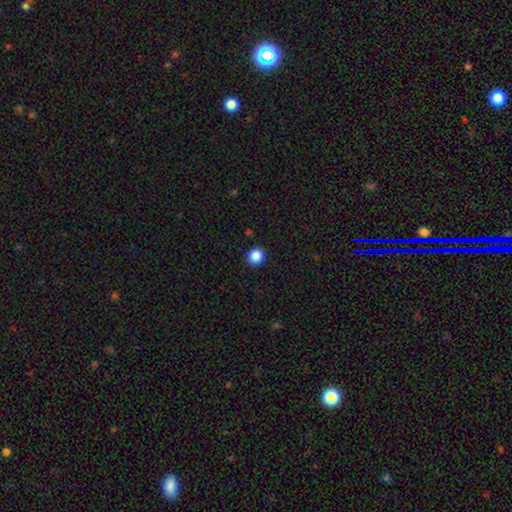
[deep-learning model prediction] This is clearly a smooth galaxy (87%). How rounded: clearly round (91%). Merging: clearly none (92%).